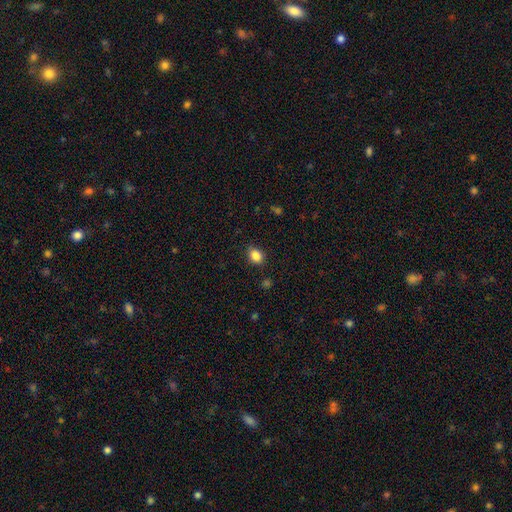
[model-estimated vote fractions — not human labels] smooth 85%, star or artifact 10%, featured or disk 5%. Down the decision tree: how rounded — in between (60%); merging — none (86%).